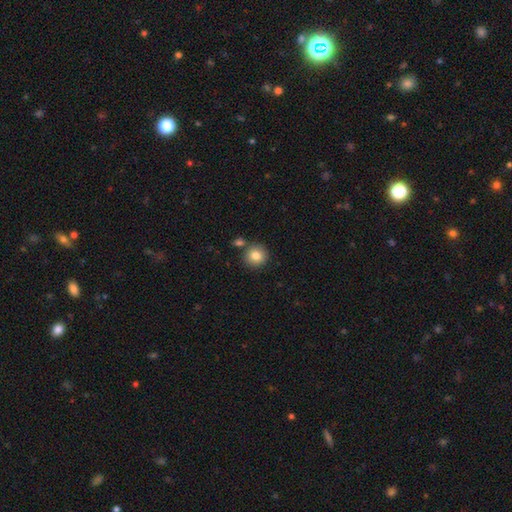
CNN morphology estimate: smooth 83%, star or artifact 9%, featured or disk 8%. Down the decision tree: how rounded — round (92%); merging — none (76%).